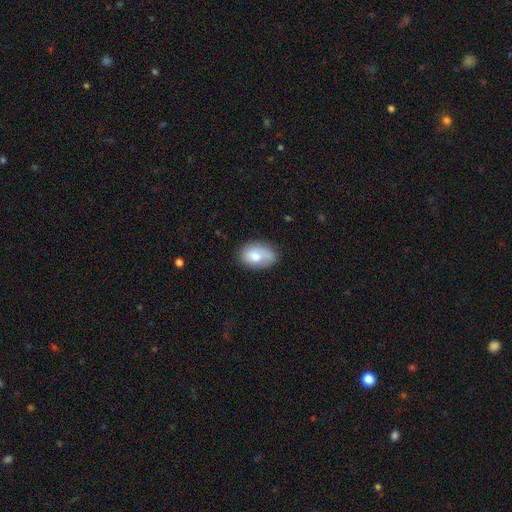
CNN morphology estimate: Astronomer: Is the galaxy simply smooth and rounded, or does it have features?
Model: smooth — 74%.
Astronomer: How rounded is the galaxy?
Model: in between — 86%.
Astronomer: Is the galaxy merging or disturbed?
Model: none — 60%.